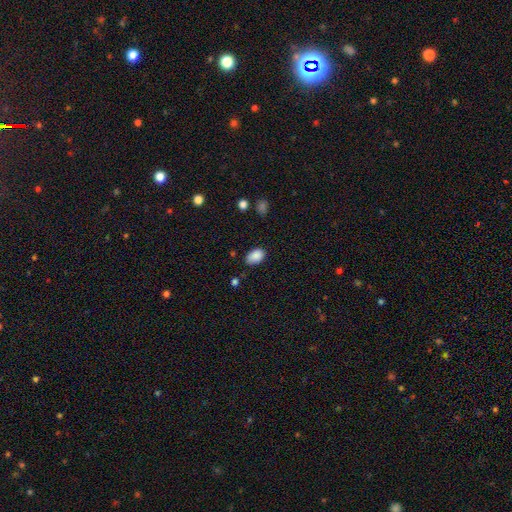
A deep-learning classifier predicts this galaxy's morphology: type=smooth (88%); roundness=in between (88%); merging=none (74%).